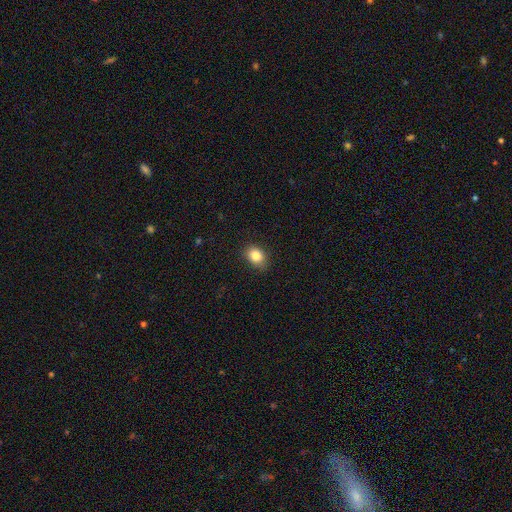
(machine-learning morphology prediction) A smooth galaxy with no disk features (84%) that is in between round and cigar-shaped (65%). Merging: none (83%).